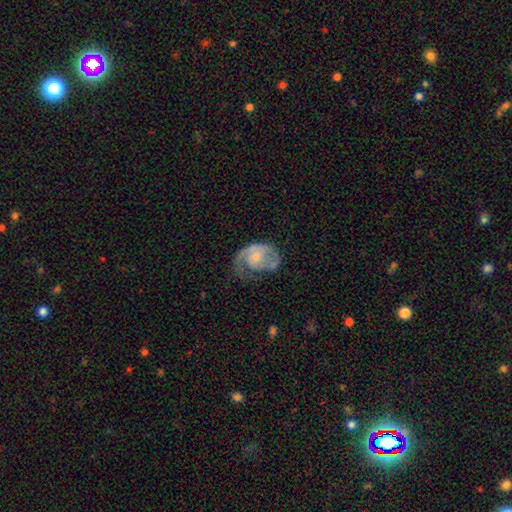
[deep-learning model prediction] Smooth or featured: featured or disk — 79% (smooth — 15%)
Edge-on disk: no — 98% (yes — 2%)
Bar: no — 69% (weak — 27%)
Spiral arms: yes — 93% (no — 7%)
Spiral winding: medium — 44% (tight — 37%)
Spiral arm count: 2 — 50% (1 — 35%)
Bulge size: small — 47% (moderate — 35%)
Merging: none — 46% (major disturbance — 26%)